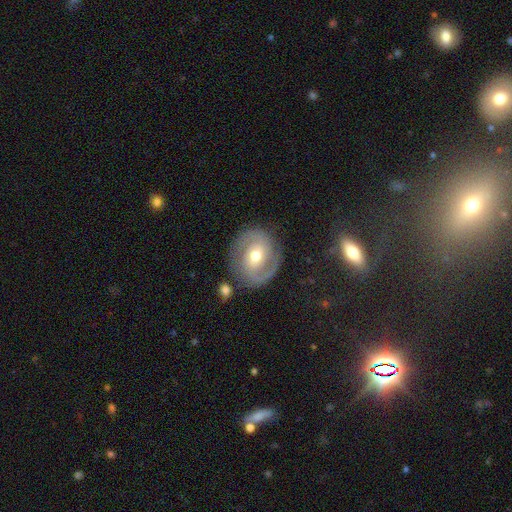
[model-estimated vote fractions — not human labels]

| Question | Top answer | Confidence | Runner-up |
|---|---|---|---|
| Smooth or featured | featured or disk | 79% | smooth (15%) |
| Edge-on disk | no | 97% | yes (3%) |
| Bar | no | 49% | weak (38%) |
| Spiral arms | yes | 90% | no (10%) |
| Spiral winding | tight | 44% | tied: medium (44%) |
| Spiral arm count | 2 | 87% | can't tell (6%) |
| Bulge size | moderate | 70% | small (22%) |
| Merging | none | 81% | minor disturbance (12%) |